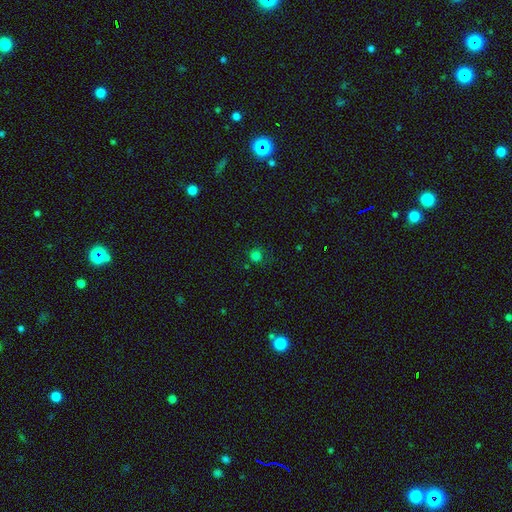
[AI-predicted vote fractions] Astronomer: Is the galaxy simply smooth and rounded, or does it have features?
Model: smooth — 76%.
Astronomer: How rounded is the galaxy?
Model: round — 92%.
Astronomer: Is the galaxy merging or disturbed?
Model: none — 81%.